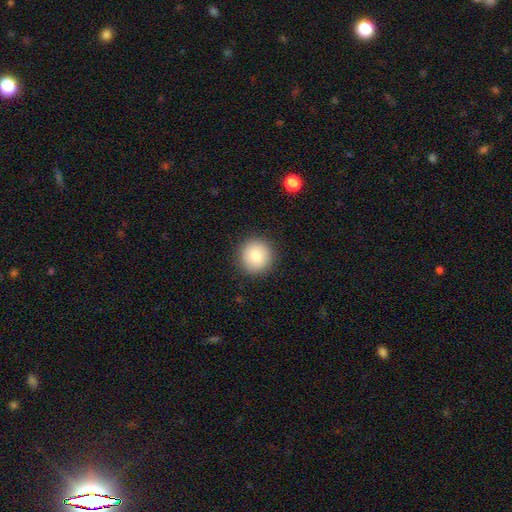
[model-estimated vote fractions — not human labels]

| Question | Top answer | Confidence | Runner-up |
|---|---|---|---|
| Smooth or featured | smooth | 80% | featured or disk (11%) |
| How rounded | round | 94% | in between (5%) |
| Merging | none | 91% | minor disturbance (6%) |